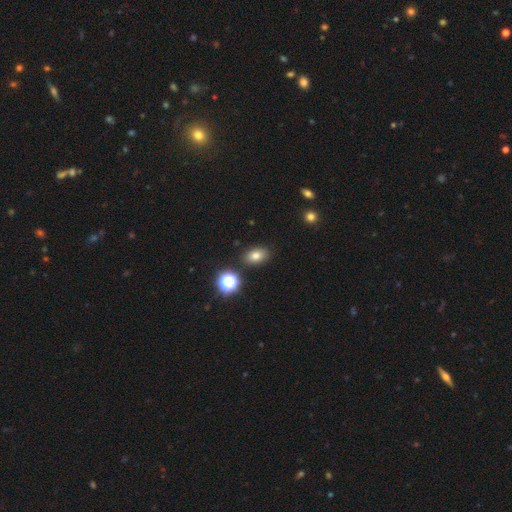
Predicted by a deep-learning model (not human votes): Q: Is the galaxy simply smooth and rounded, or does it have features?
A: smooth — 77%.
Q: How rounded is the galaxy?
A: in between — 81%.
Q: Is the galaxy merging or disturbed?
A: none — 85%.